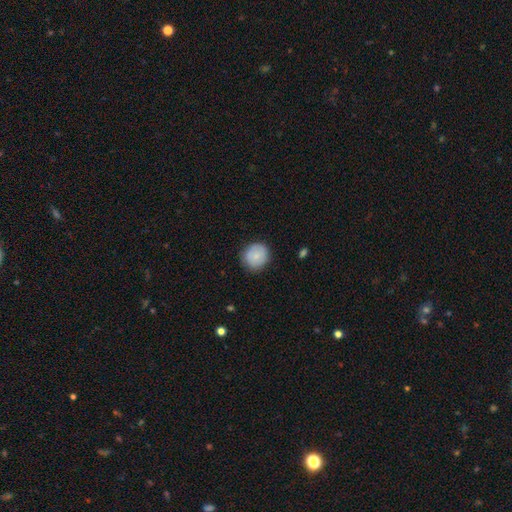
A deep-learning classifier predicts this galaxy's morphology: This appears to be a smooth galaxy with no disk features (78%) that is round (90%). Merging: none (83%).